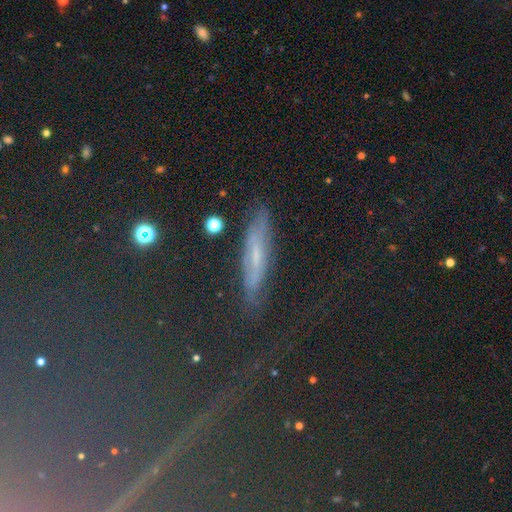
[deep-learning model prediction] smooth 36%, star or artifact 35%, featured or disk 29%. Down the decision tree: merging — none (80%).